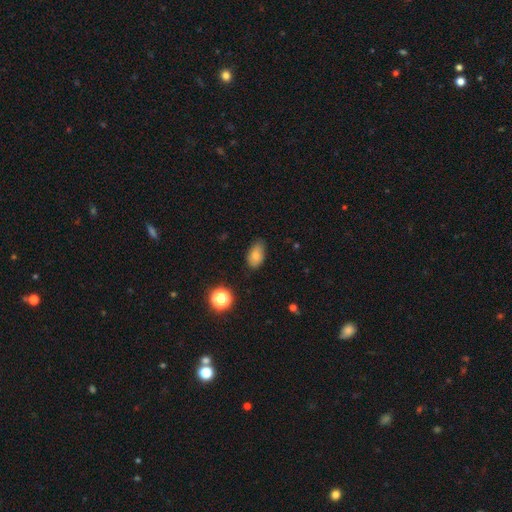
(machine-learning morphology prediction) Smooth or featured? smooth (76%)
How rounded? in between (89%)
Merging? none (75%)